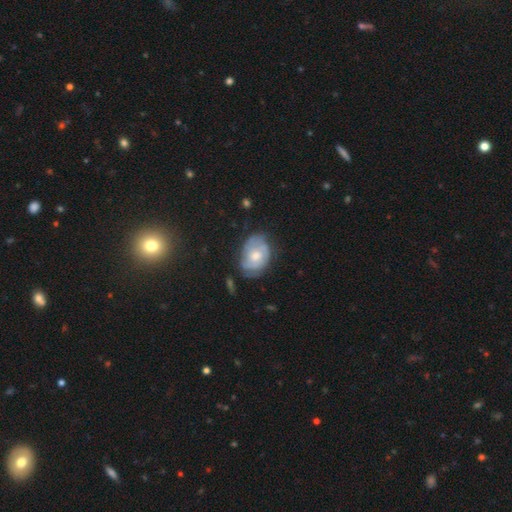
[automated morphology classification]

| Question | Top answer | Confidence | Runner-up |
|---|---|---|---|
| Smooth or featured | featured or disk | 65% | smooth (29%) |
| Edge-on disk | no | 97% | yes (3%) |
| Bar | no | 74% | weak (23%) |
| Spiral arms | yes | 80% | no (20%) |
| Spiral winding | tight | 53% | medium (35%) |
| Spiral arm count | can't tell | 42% | 2 (32%) |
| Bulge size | moderate | 63% | small (27%) |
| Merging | none | 60% | minor disturbance (27%) |